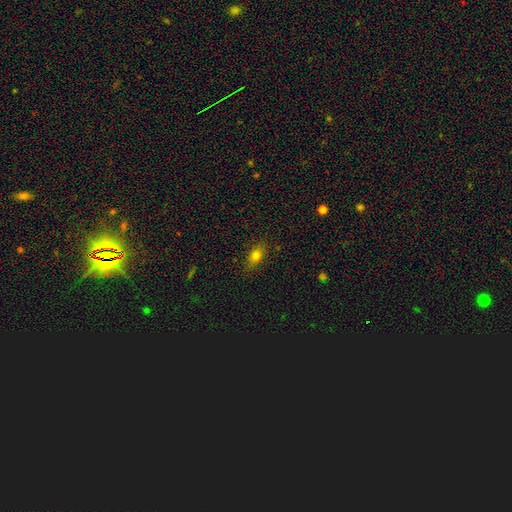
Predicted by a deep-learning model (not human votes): A smooth galaxy with no disk features (74%) that is in between round and cigar-shaped (78%). Merging: none (81%).